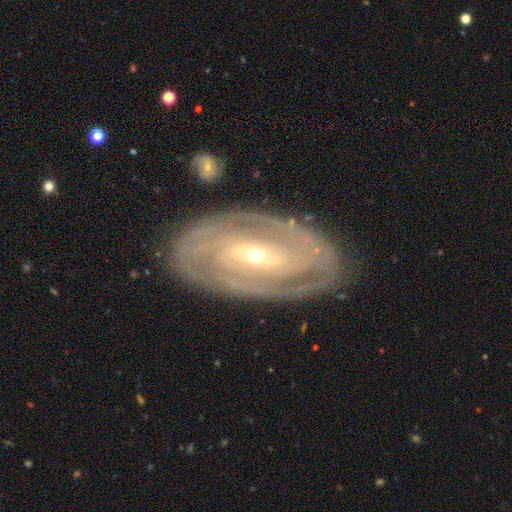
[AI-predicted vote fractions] This is clearly a featured or disk galaxy (88%). It is clearly not viewed edge-on (94%). Bar: marginally strong (38%). Spiral arm pattern: clearly yes (93%). Spiral arm count: likely 2 (63%). Spiral winding: likely tight (67%). Central bulge: possibly small (53%). Merging: clearly none (81%).